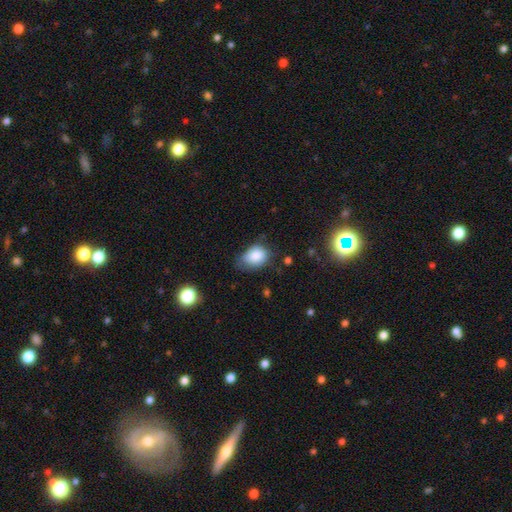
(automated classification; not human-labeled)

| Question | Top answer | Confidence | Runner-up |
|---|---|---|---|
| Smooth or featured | smooth | 83% | featured or disk (9%) |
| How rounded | in between | 69% | round (30%) |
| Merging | none | 51% | minor disturbance (36%) |